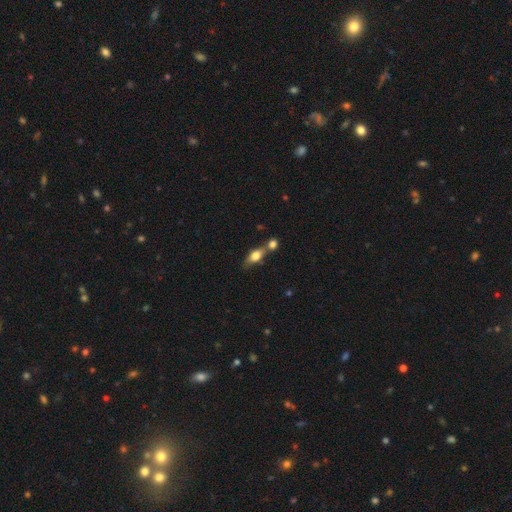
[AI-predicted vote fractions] Smooth or featured? smooth (66%)
How rounded? in between (70%)
Merging? none (42%)